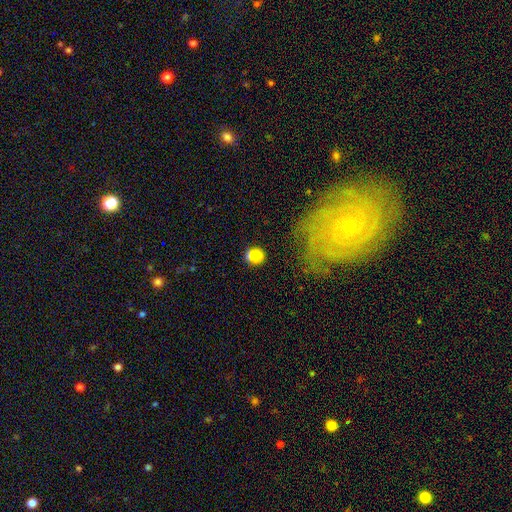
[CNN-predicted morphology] Overall: smooth (78%). How rounded: round (82%). Merging: none (55%; merger 25%).